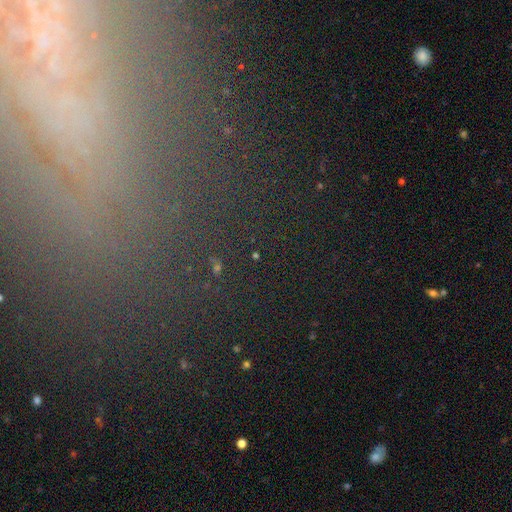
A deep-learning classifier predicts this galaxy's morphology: smooth_or_featured: star or artifact (p=0.72) [alt: smooth p=0.18]